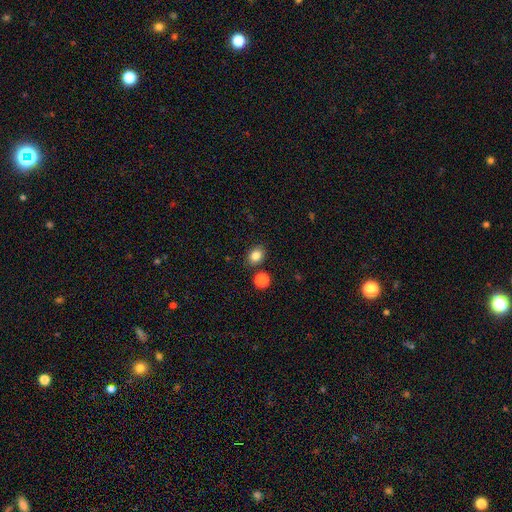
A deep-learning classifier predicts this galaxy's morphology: smooth_or_featured: smooth (p=0.84) [alt: star or artifact p=0.11]
how_rounded: round (p=0.50) [alt: in between p=0.49]
merging: none (p=0.82) [alt: minor disturbance p=0.09]